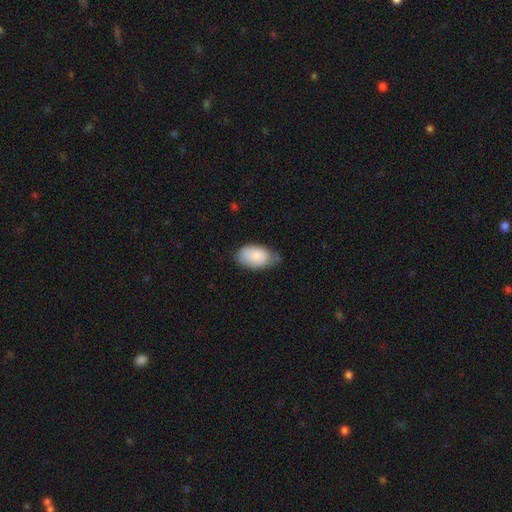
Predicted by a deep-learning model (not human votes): smooth-or-featured: smooth: 85% | featured or disk: 9% | star or artifact: 6%
  how-rounded: in between: 93% | round: 5% | cigar-shaped: 1%
  merging: none: 51% | minor disturbance: 39% | major disturbance: 8% | merger: 2%